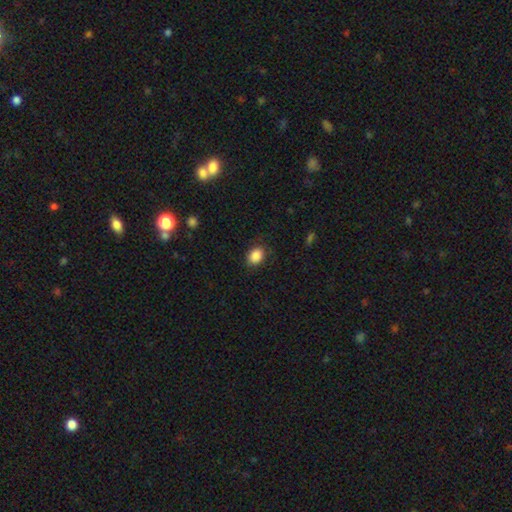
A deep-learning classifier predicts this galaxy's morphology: smooth_or_featured: smooth (p=0.88) [alt: star or artifact p=0.08]
how_rounded: in between (p=0.64) [alt: round p=0.35]
merging: none (p=0.81) [alt: minor disturbance p=0.14]